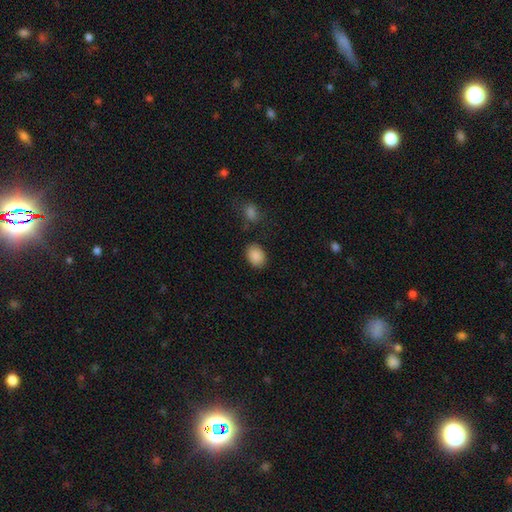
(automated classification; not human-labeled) A smooth galaxy with no disk features (89%) that is in between round and cigar-shaped (70%). Merging: none (83%).